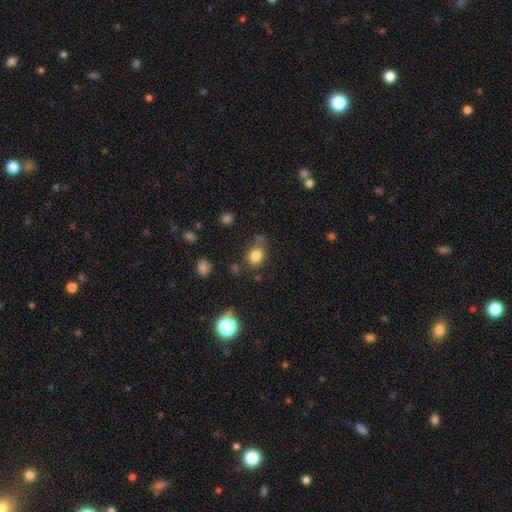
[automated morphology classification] A smooth galaxy with no disk features (80%) that is round (61%).

Vote fractions:
- Smooth or featured? smooth: 80% / star or artifact: 13% / featured or disk: 7%
- How rounded? round: 61% / in between: 38% / cigar-shaped: 1%
- Merging? none: 68% / minor disturbance: 16% / merger: 10% / major disturbance: 5%